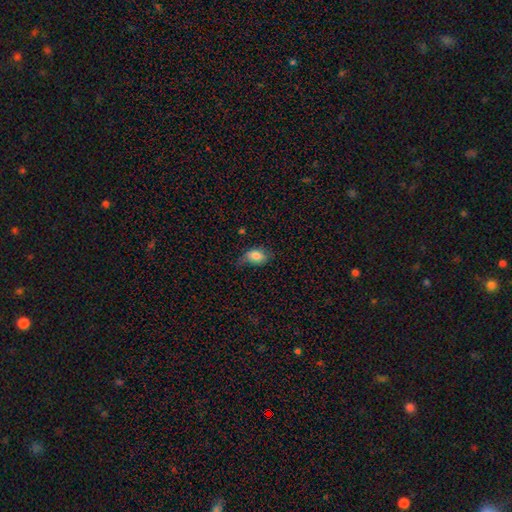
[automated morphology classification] type=smooth (81%); roundness=in between (84%); merging=none (48%).